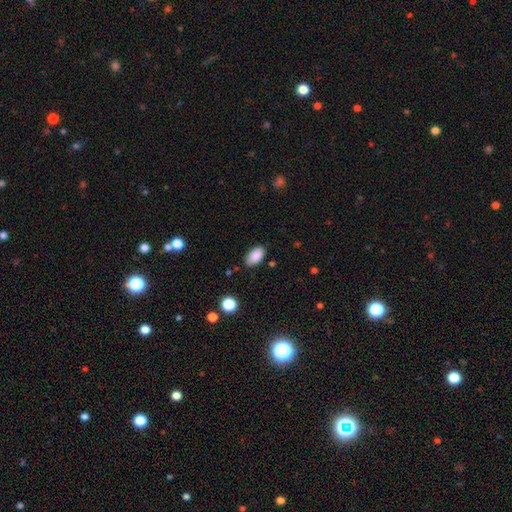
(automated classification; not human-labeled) Overall: smooth (88%). How rounded: in between (94%). Merging: none (82%).